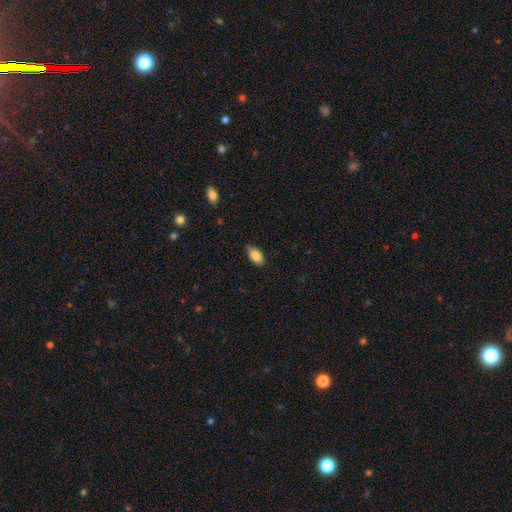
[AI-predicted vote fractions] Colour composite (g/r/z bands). It shows a smooth galaxy with no disk features (83%) that is in between round and cigar-shaped (90%). Merging: none (79%).